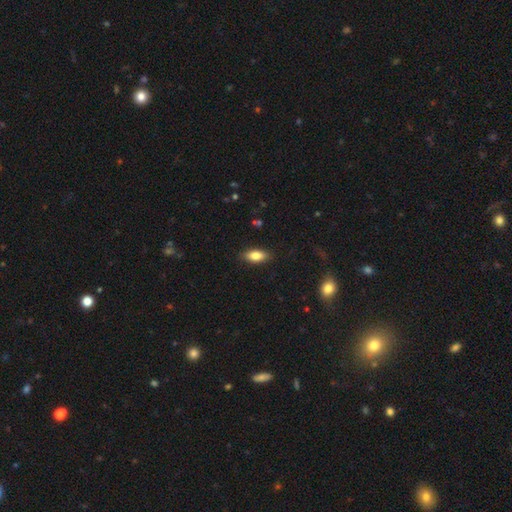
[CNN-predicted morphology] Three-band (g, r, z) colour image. It shows a smooth galaxy with no disk features (81%) that is in between round and cigar-shaped (85%). Merging: none (86%).